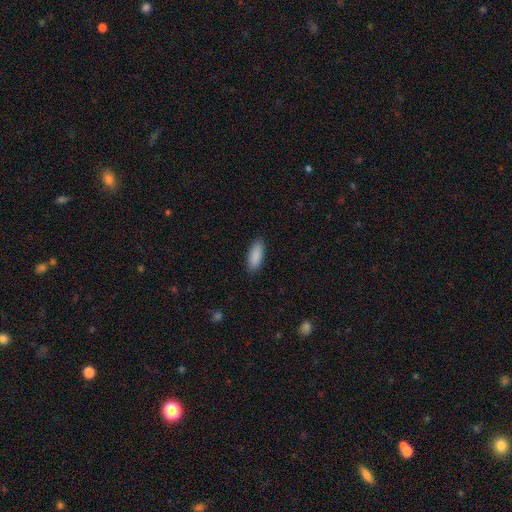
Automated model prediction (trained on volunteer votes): Smooth or featured: smooth — 90% (star or artifact — 6%)
How rounded: in between — 76% (cigar-shaped — 22%)
Merging: none — 88% (minor disturbance — 9%)